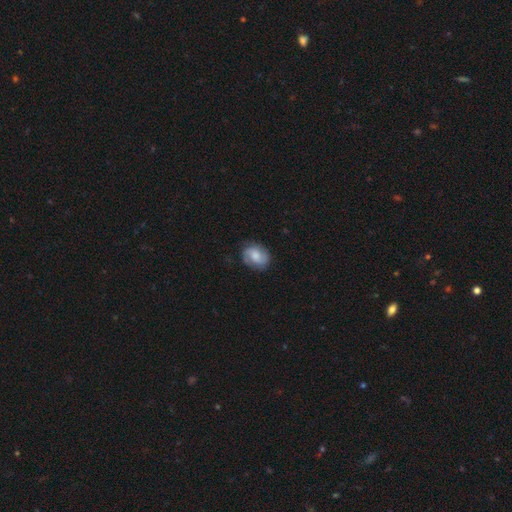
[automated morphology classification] smooth-or-featured: featured or disk: 55% | smooth: 38% | star or artifact: 7%
  disk-edge-on: no: 97% | yes: 3%
    bar: no: 58% | weak: 36% | strong: 7%
    has-spiral-arms: yes: 91% | no: 9%
    bulge-size: moderate: 45% | small: 23% | large: 19% | none: 11% | dominant: 2%
  merging: none: 76% | minor disturbance: 17% | major disturbance: 5% | merger: 1%